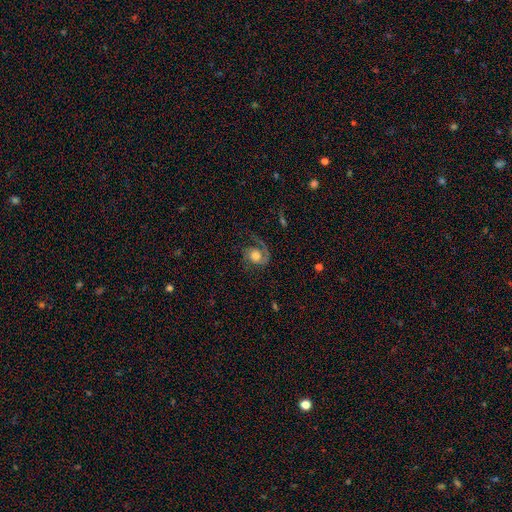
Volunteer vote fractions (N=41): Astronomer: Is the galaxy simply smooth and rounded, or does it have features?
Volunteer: featured or disk — 88%.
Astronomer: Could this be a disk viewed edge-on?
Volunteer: no — 100%.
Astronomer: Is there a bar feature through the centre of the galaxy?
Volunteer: no — 86%.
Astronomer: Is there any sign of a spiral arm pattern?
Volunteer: yes — 94%.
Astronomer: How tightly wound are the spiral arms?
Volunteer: medium — 35% (runner-up: tight, 32%).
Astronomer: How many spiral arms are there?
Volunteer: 1 — 68%.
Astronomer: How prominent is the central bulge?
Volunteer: moderate — 42% (runner-up: large, 36%).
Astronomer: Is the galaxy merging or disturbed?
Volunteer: none — 71%.